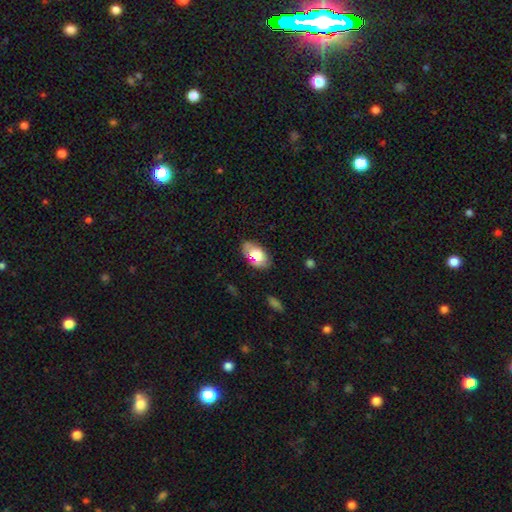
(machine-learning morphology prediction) Q: Smooth or featured?
A: smooth (76%); runner-up: featured or disk (17%)
Q: How rounded?
A: in between (92%); runner-up: round (6%)
Q: Merging?
A: none (77%); runner-up: minor disturbance (17%)